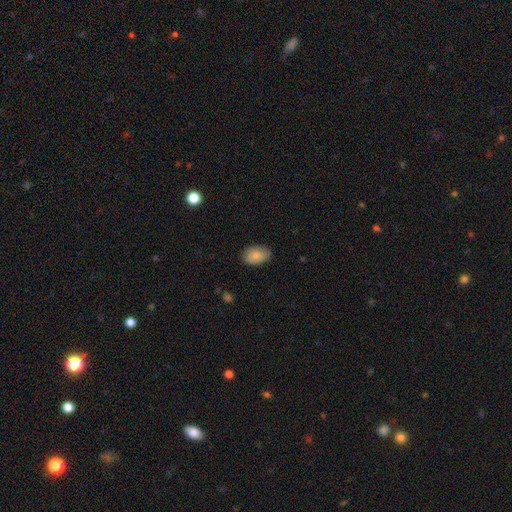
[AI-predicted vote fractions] Smooth or featured? Predicted: smooth (p=0.86). How rounded? Predicted: in between (p=0.88). Merging? Predicted: none (p=0.81).